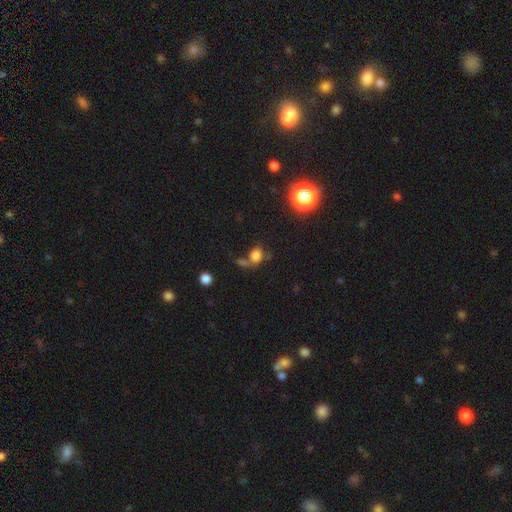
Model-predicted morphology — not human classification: smooth-or-featured: smooth: 74% | star or artifact: 17% | featured or disk: 10%
  how-rounded: in between: 49% (tied) | round: 49% (tied) | cigar-shaped: 2%
  merging: none: 43% | merger: 30% | minor disturbance: 15% | major disturbance: 13%